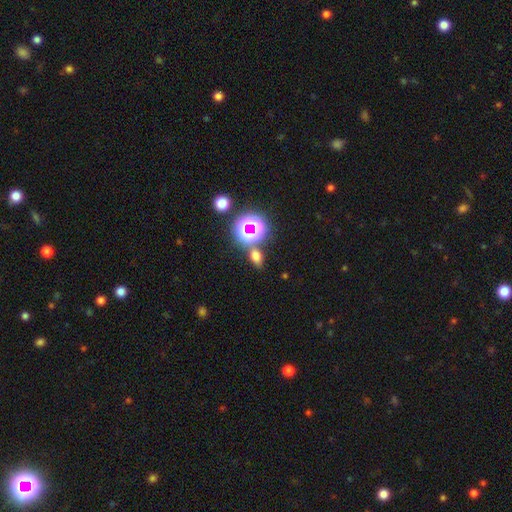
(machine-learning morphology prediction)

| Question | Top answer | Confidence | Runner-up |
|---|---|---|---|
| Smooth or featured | smooth | 62% | star or artifact (29%) |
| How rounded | in between | 69% | round (27%) |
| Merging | none | 74% | merger (12%) |